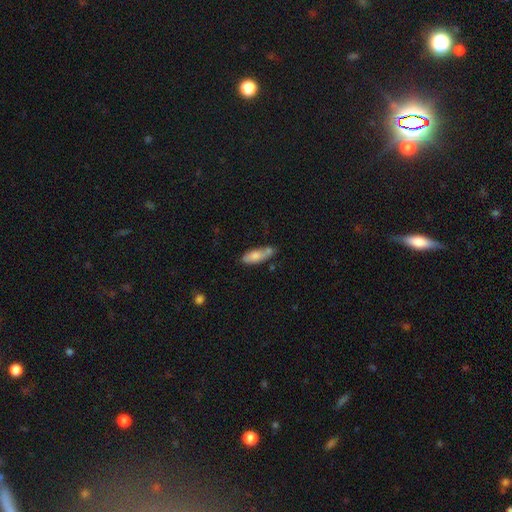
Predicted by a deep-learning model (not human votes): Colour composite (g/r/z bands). It shows a smooth galaxy with no disk features (72%) that is in between round and cigar-shaped (62%). Merging: none (51%).